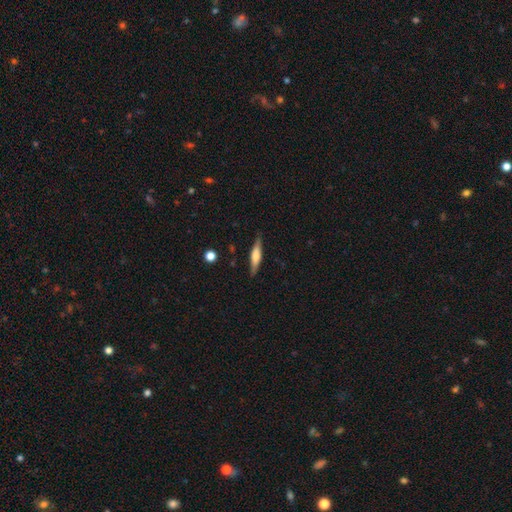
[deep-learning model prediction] smooth-or-featured: featured or disk: 52% | smooth: 42% | star or artifact: 6%
  disk-edge-on: yes: 95% | no: 5%
  merging: none: 86% | minor disturbance: 10% | major disturbance: 2% | merger: 2%